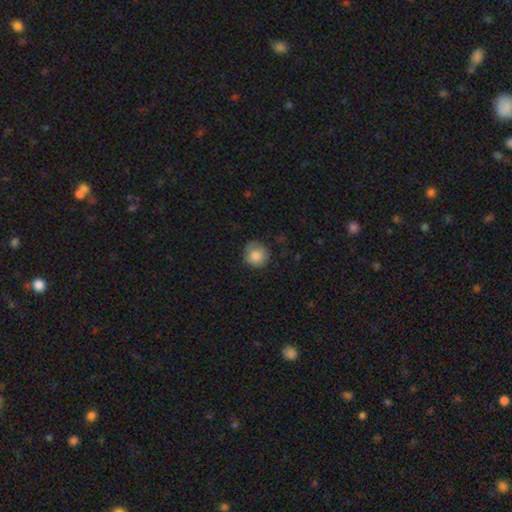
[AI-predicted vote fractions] This appears to be a smooth galaxy with no disk features (82%) that is round (89%). Merging: none (69%).